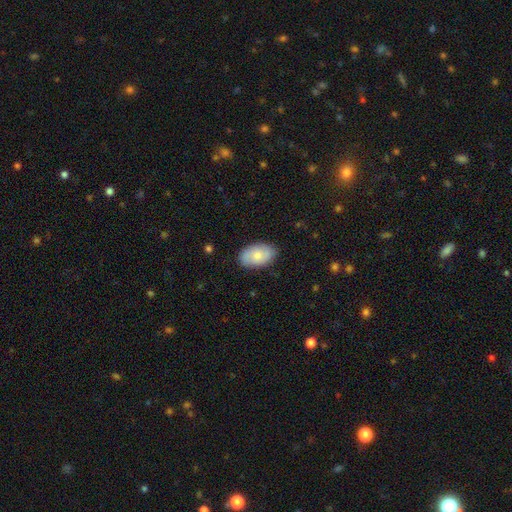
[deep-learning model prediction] The model was most divided on "smooth or featured": smooth: 72%, featured or disk: 22%, star or artifact: 6%. More confident: how rounded — in between (92%); merging — none (83%).